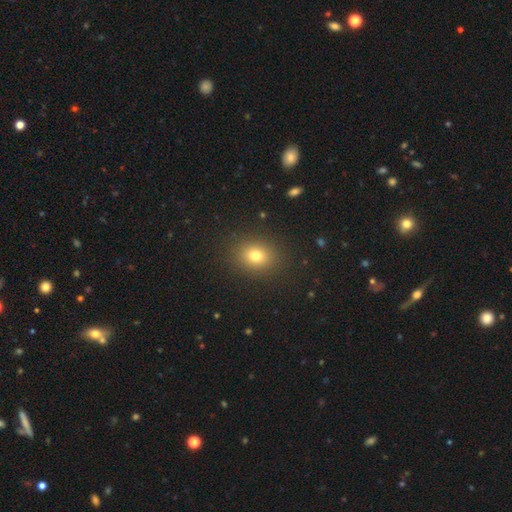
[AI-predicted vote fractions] Smooth or featured?
  - smooth: 77% *
  - star or artifact: 14%
  - featured or disk: 9%
How rounded?
  - round: 57% *
  - in between: 42%
  - cigar-shaped: 1%
Merging?
  - none: 89% *
  - minor disturbance: 7%
  - major disturbance: 3%
  - merger: 1%